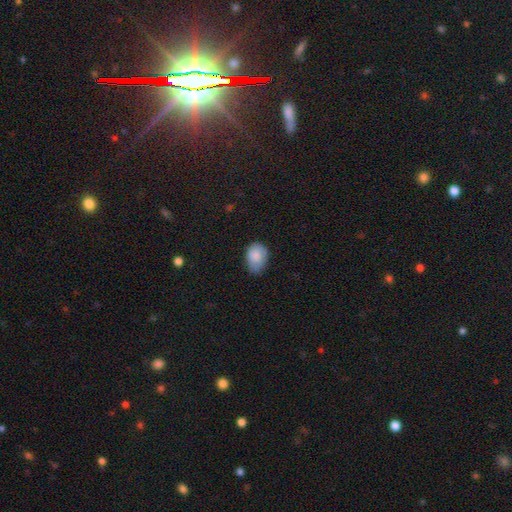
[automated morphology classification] Smooth or featured?
  - smooth: 86% *
  - featured or disk: 7%
  - star or artifact: 7%
How rounded?
  - in between: 81% *
  - round: 17%
  - cigar-shaped: 1%
Merging?
  - none: 50% *
  - minor disturbance: 40%
  - major disturbance: 8%
  - merger: 2%